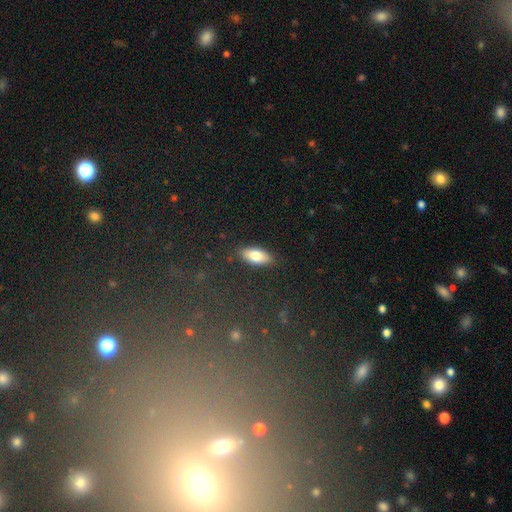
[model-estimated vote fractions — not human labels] Morphology: type=smooth (78%); roundness=in between (85%); merging=none (87%).